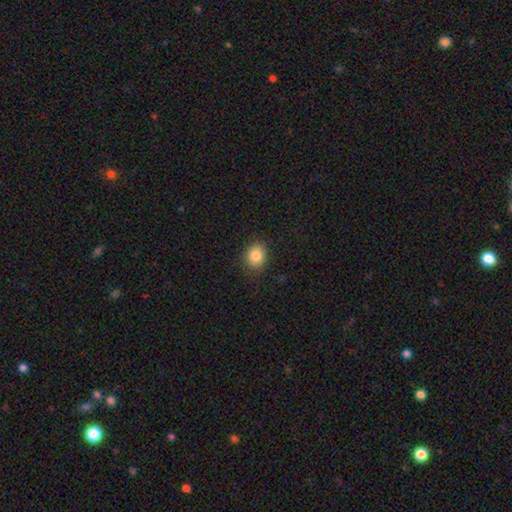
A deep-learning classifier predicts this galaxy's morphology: Smooth or featured? smooth (85%)
How rounded? round (57%)
Merging? none (86%)